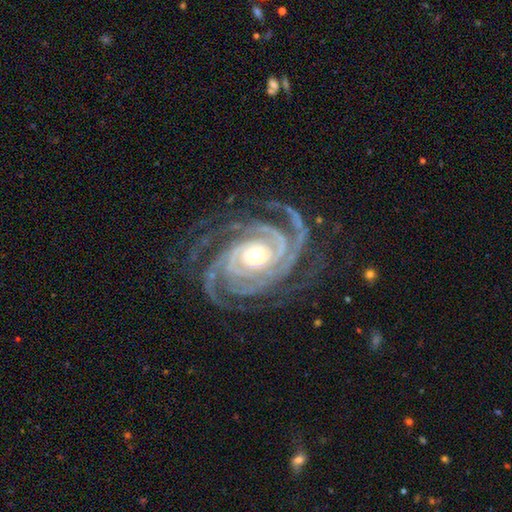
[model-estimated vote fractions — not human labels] Overall: featured or disk (94%). Edge-on disk: no (98%). Bar: no (73%). Spiral arms: yes (99%). Spiral arm count: 3 (25%; 4 24%). Spiral winding: tight (74%). Bulge size: moderate (56%; small 33%). Merging: none (73%).